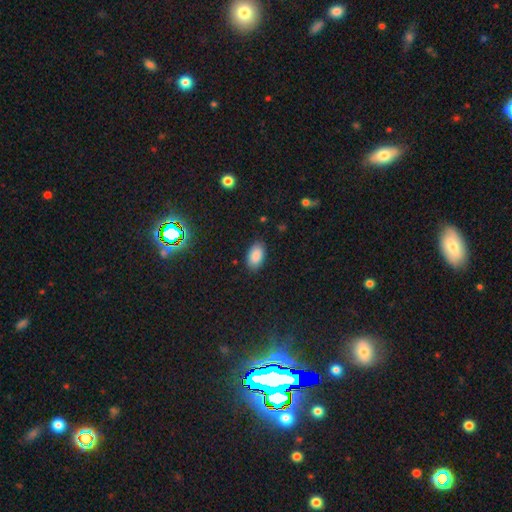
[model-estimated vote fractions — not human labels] Smooth or featured: smooth — 87% (star or artifact — 8%)
How rounded: in between — 94% (round — 5%)
Merging: none — 86% (minor disturbance — 11%)